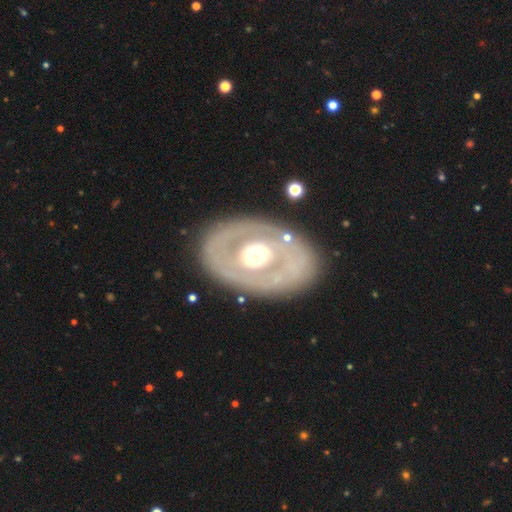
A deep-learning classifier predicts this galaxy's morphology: Overall: featured or disk (72%). Edge-on disk: no (94%). Bar: no (72%). Spiral arms: no (73%). Bulge size: moderate (56%; large 35%). Merging: none (79%).